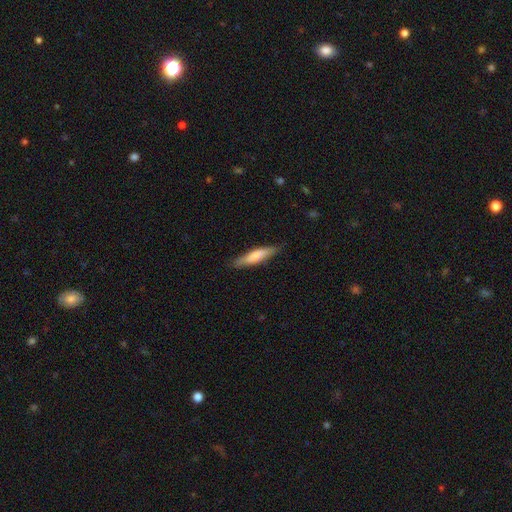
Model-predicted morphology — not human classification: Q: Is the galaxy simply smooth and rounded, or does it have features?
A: smooth — 67%.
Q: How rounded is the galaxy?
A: cigar-shaped — 81%.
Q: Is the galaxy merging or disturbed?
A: none — 83%.